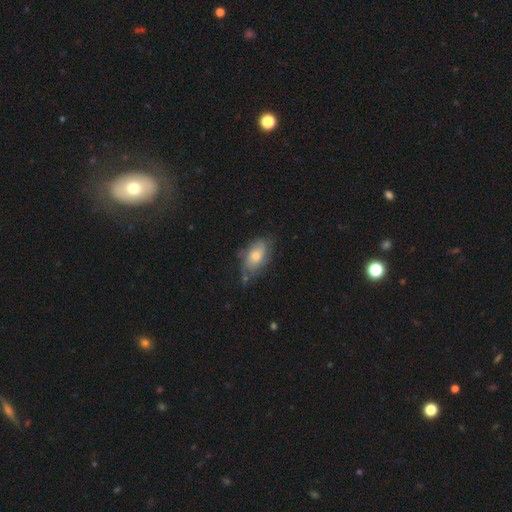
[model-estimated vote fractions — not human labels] Overall: smooth (47%; featured or disk 44%). Merging: none (58%; minor disturbance 30%).